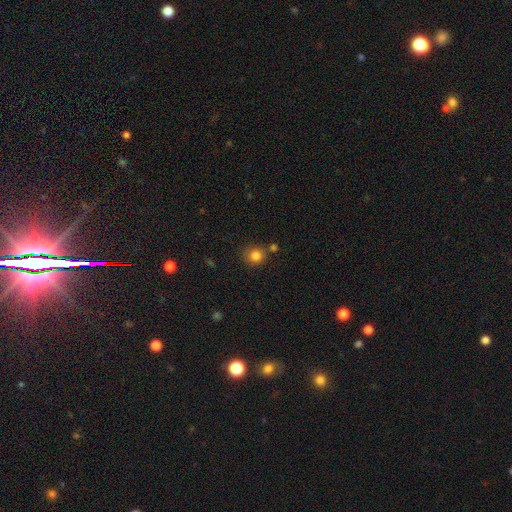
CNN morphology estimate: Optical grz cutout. It shows a smooth galaxy with no disk features (83%) that is round (87%). Merging: none (76%).